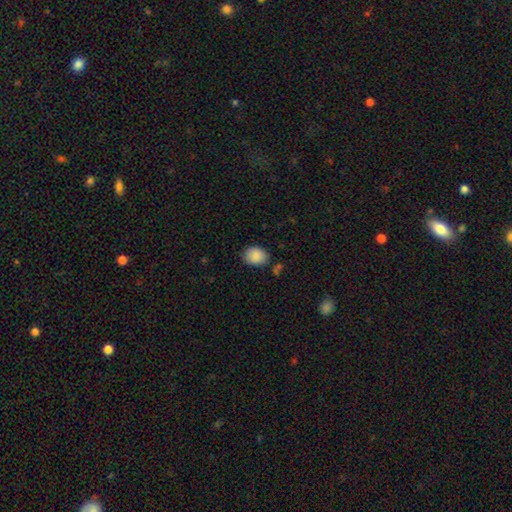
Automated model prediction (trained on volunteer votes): A smooth galaxy with no disk features (88%) that is in between round and cigar-shaped (57%). Merging: none (79%).